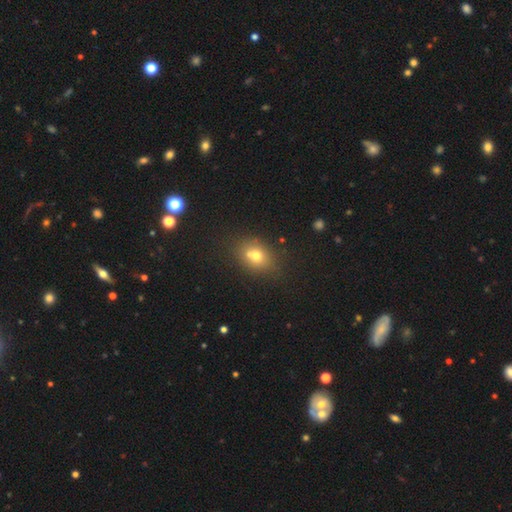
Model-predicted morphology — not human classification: A smooth galaxy with no disk features (68%) that is in between round and cigar-shaped (54%). Merging: none (54%).